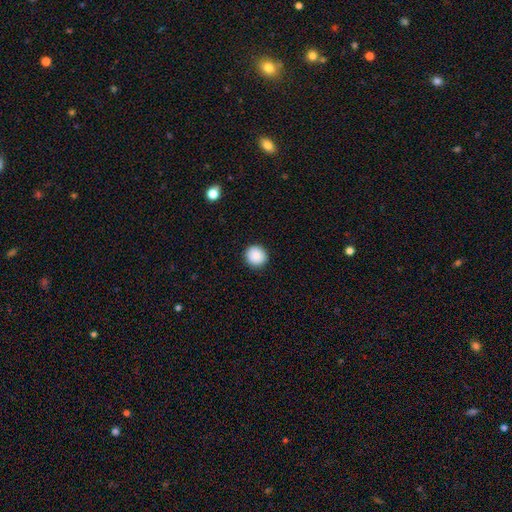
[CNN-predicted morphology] This appears to be a smooth galaxy with no disk features (88%) that is round (92%). Merging: none (92%).